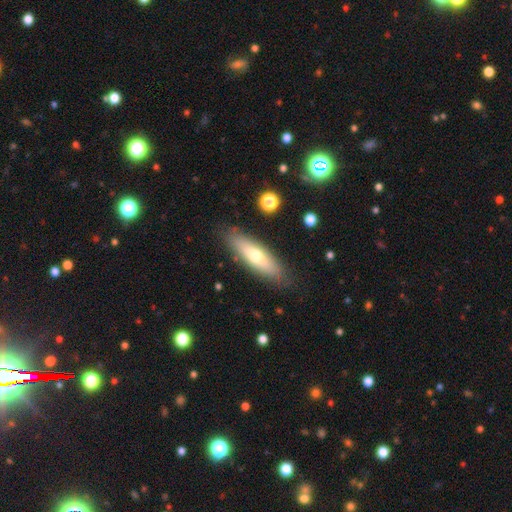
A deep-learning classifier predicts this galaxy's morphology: Smooth or featured? smooth (59%)
How rounded? cigar-shaped (56%)
Merging? none (84%)